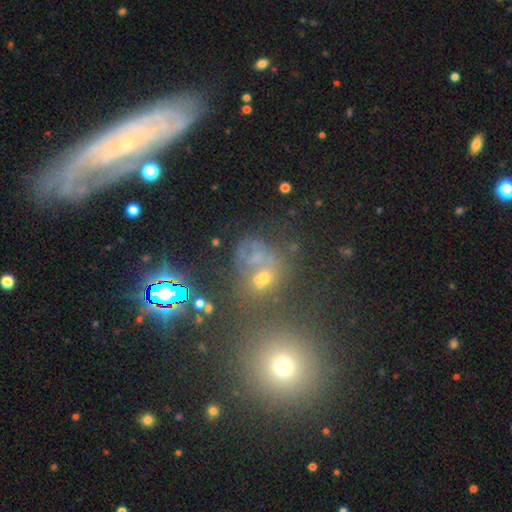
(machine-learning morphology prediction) smooth-or-featured: star or artifact: 35% | featured or disk: 34% | smooth: 31%